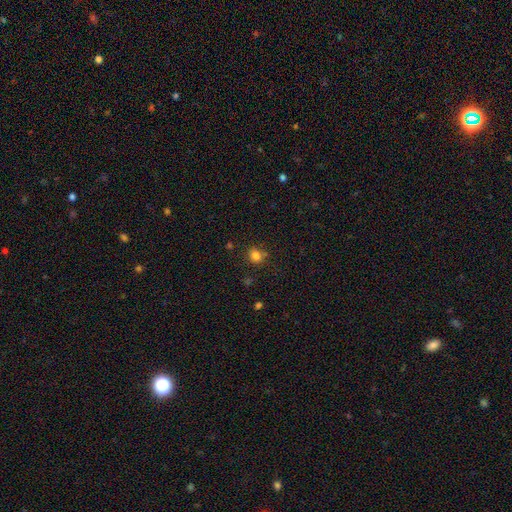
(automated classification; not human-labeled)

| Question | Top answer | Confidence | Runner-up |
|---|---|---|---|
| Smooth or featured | smooth | 81% | star or artifact (14%) |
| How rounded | round | 76% | in between (23%) |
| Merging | none | 72% | minor disturbance (16%) |